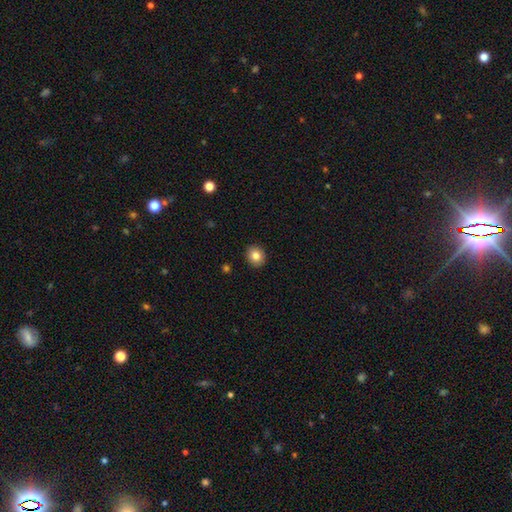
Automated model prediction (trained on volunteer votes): Morphology: type=smooth (83%); roundness=round (76%); merging=none (91%).